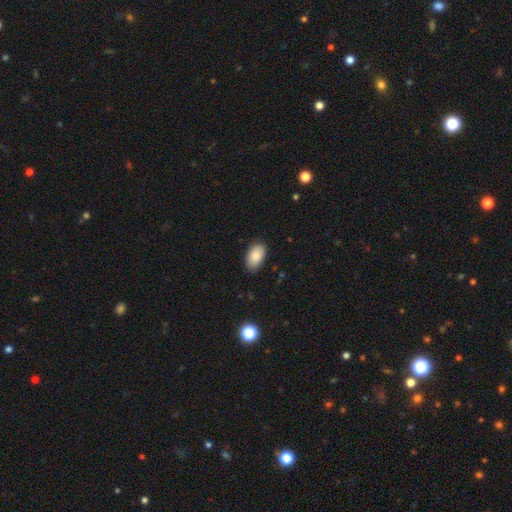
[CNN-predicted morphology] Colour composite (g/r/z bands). It shows a smooth galaxy with no disk features (88%) that is in between round and cigar-shaped (94%). Merging: none (85%).